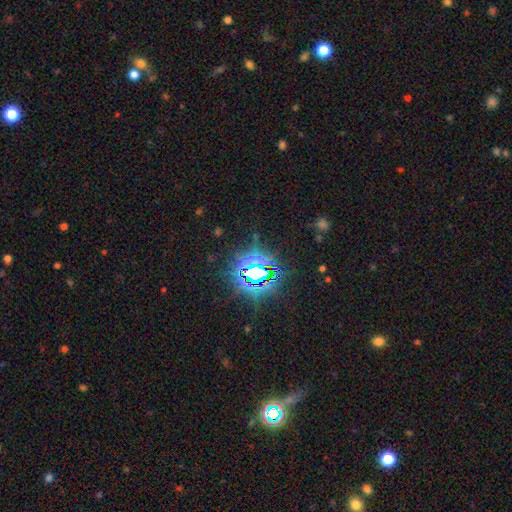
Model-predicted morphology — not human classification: star or artifact 81%, smooth 10%, featured or disk 9%.